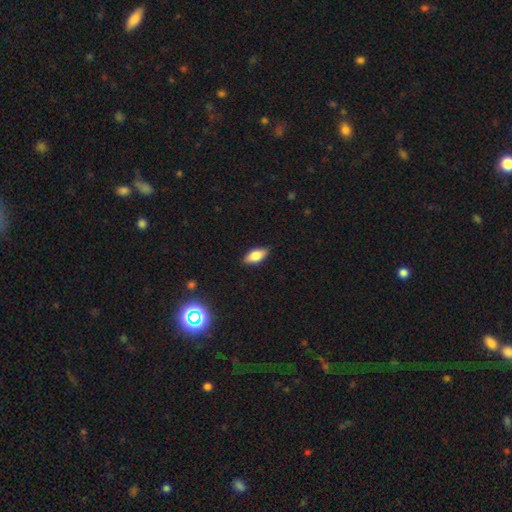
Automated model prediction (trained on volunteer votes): Overall: smooth (76%). How rounded: in between (86%). Merging: none (87%).